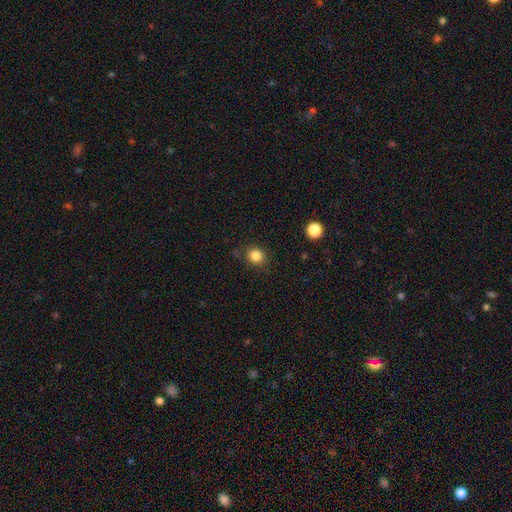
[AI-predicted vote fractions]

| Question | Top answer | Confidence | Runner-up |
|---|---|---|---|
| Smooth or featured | smooth | 84% | star or artifact (11%) |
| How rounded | round | 83% | in between (17%) |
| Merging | none | 83% | minor disturbance (12%) |